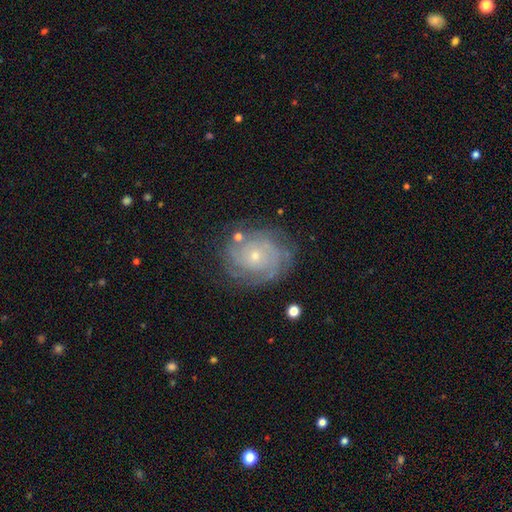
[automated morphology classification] Smooth or featured: featured or disk — 82% (smooth — 11%)
Edge-on disk: no — 98% (yes — 2%)
Bar: no — 83% (weak — 14%)
Spiral arms: yes — 94% (no — 6%)
Spiral winding: tight — 75% (medium — 20%)
Spiral arm count: can't tell — 36% (3 — 18%)
Bulge size: small — 76% (moderate — 20%)
Merging: none — 75% (minor disturbance — 16%)